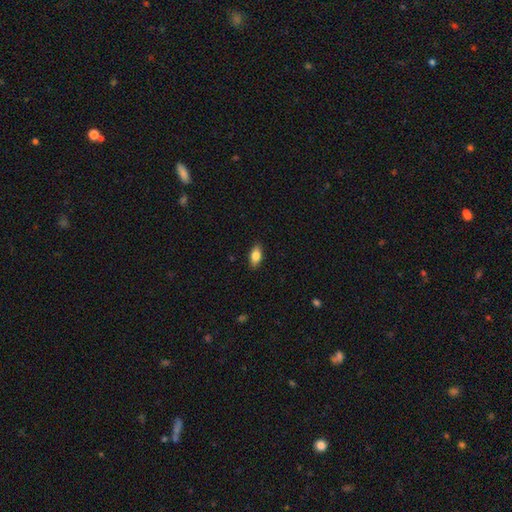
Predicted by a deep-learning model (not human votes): Smooth or featured: smooth — 78% (featured or disk — 14%)
How rounded: in between — 86% (cigar-shaped — 9%)
Merging: none — 87% (minor disturbance — 10%)